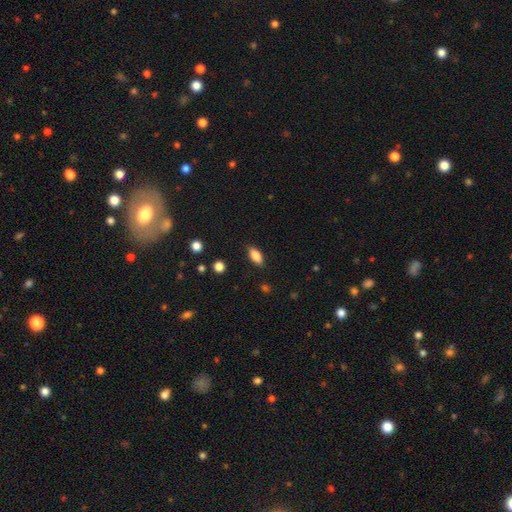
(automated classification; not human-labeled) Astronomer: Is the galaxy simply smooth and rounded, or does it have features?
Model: smooth — 83%.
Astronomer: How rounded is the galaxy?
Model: in between — 85%.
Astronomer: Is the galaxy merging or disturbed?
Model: none — 85%.